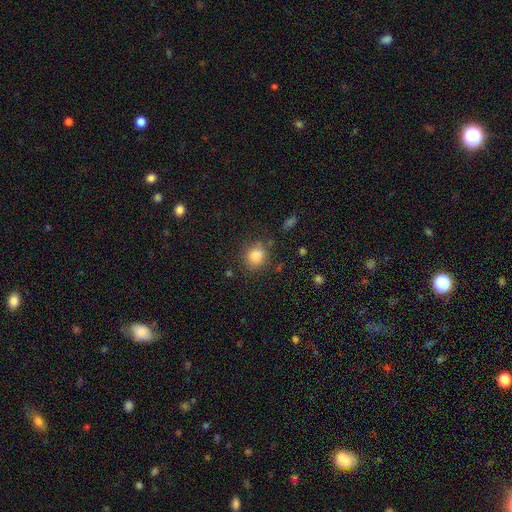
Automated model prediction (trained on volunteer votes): Q: Smooth or featured?
A: smooth (83%); runner-up: star or artifact (11%)
Q: How rounded?
A: round (74%); runner-up: in between (25%)
Q: Merging?
A: none (78%); runner-up: minor disturbance (14%)